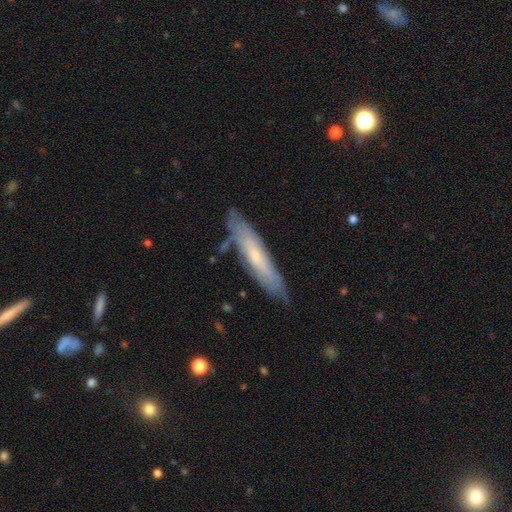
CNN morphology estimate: featured or disk 48%, smooth 46%, star or artifact 6%. Down the decision tree: merging — none (77%).